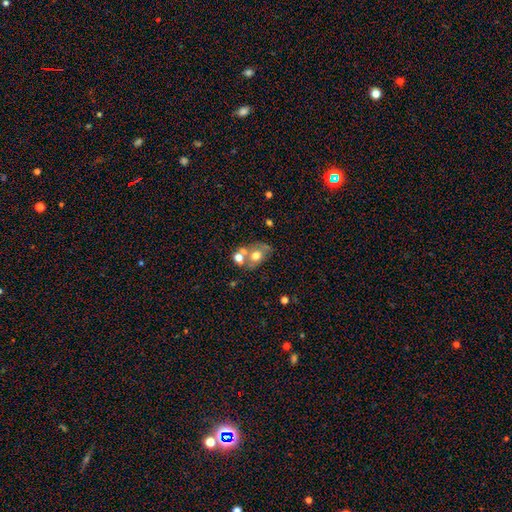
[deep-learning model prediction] Smooth or featured? Predicted: smooth (p=0.51). How rounded? Predicted: in between (p=0.60). Merging? Predicted: none (p=0.40).